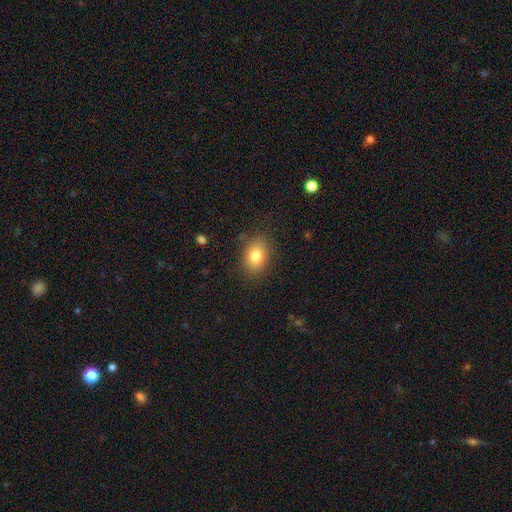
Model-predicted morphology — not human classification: Q: Smooth or featured?
A: smooth (81%); runner-up: featured or disk (10%)
Q: How rounded?
A: in between (75%); runner-up: round (23%)
Q: Merging?
A: none (84%); runner-up: minor disturbance (11%)